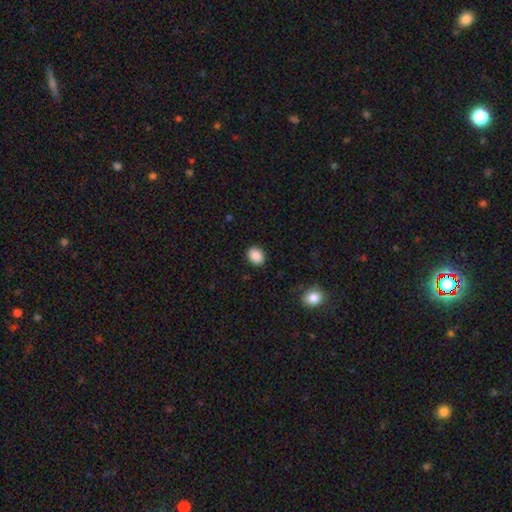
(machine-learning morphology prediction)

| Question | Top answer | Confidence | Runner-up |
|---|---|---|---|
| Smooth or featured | smooth | 89% | star or artifact (8%) |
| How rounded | in between | 56% | round (43%) |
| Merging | none | 88% | minor disturbance (9%) |